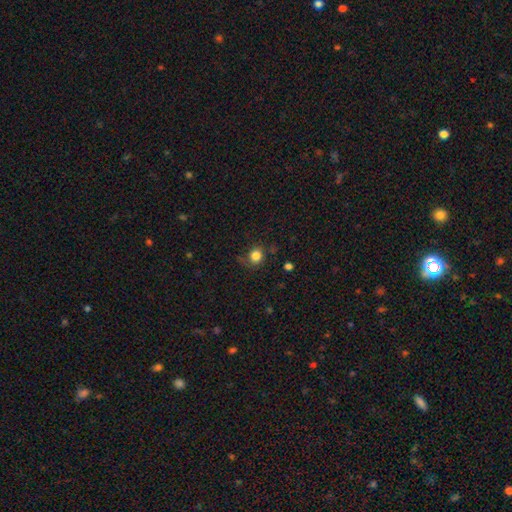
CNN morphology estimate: Smooth or featured? Predicted: smooth (p=0.82). How rounded? Predicted: round (p=0.79). Merging? Predicted: none (p=0.68).